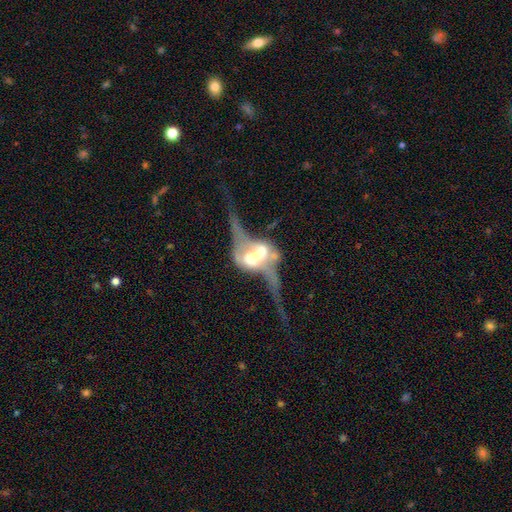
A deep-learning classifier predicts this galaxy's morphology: smooth-or-featured: featured or disk: 80% | smooth: 14% | star or artifact: 6%
  disk-edge-on: no: 72% | yes: 28%
    bar: strong: 57% | weak: 23% | no: 20%
    has-spiral-arms: yes: 60% | no: 40%
    bulge-size: large: 35% | moderate: 22% | dominant: 17% | none: 14% | small: 12%
  merging: major disturbance: 46% | none: 22% | merger: 19% | minor disturbance: 13%